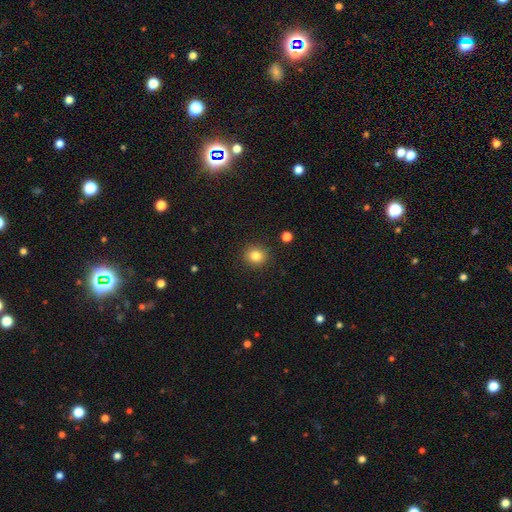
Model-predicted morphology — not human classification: smooth_or_featured: smooth (p=0.82) [alt: star or artifact p=0.12]
how_rounded: round (p=0.85) [alt: in between p=0.14]
merging: none (p=0.91) [alt: minor disturbance p=0.06]